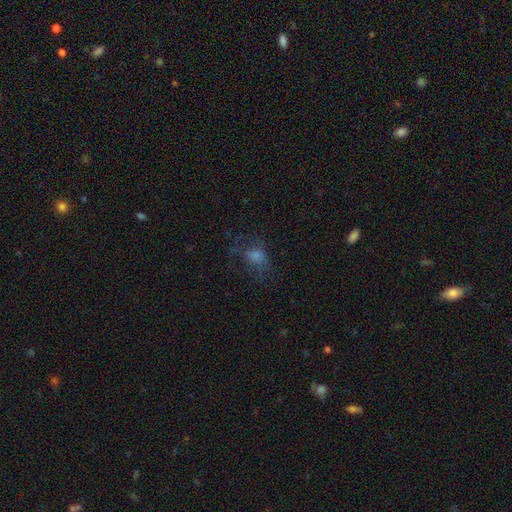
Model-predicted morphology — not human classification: Overall: smooth (53%; star or artifact 24%). How rounded: in between (58%; round 39%). Merging: none (51%; major disturbance 27%).